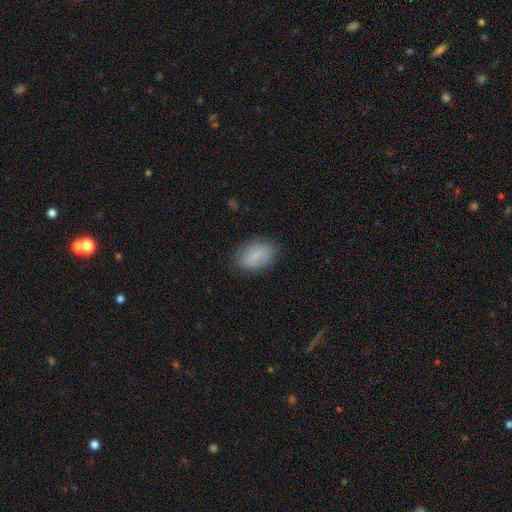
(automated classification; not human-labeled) Q: Smooth or featured?
A: smooth (78%); runner-up: featured or disk (14%)
Q: How rounded?
A: in between (86%); runner-up: round (13%)
Q: Merging?
A: none (82%); runner-up: minor disturbance (13%)